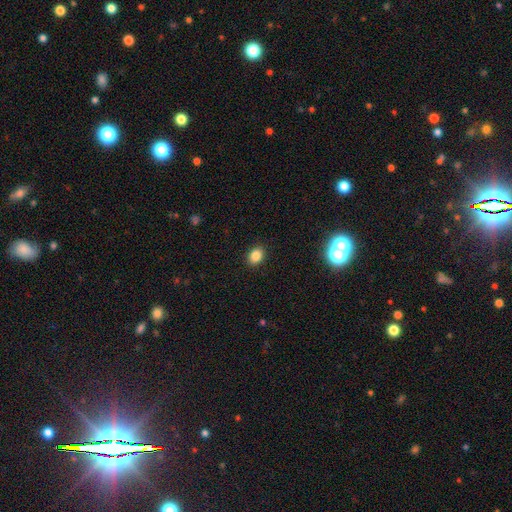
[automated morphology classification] A smooth galaxy with no disk features (85%) that is in between round and cigar-shaped (65%).

Vote fractions:
- Smooth or featured? smooth: 85% / star or artifact: 11% / featured or disk: 5%
- How rounded? in between: 65% / round: 34% / cigar-shaped: 1%
- Merging? none: 90% / minor disturbance: 7% / major disturbance: 2% / merger: 1%